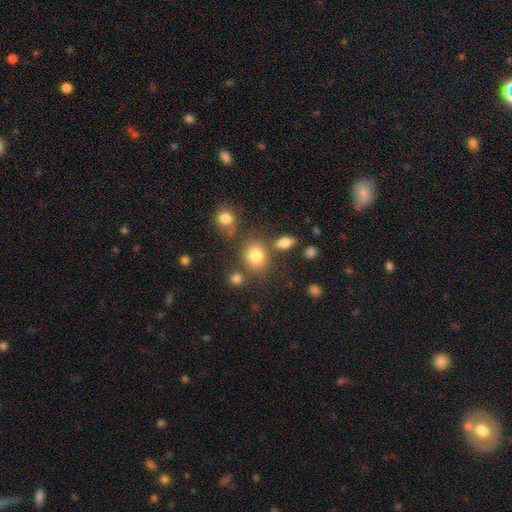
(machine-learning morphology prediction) The model was most divided on "how rounded": round: 57%, in between: 42%, cigar-shaped: 1%. More confident: smooth or featured — smooth (80%); merging — none (69%).